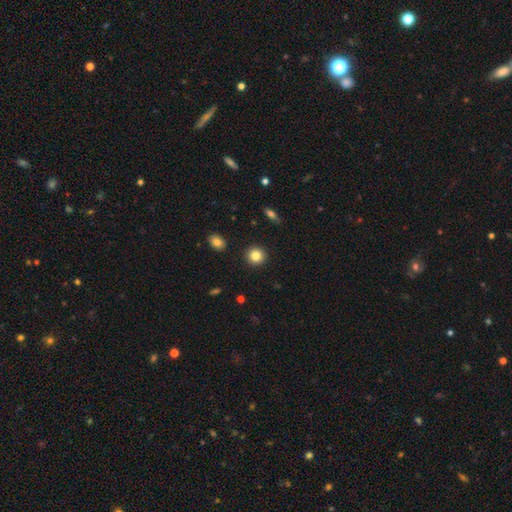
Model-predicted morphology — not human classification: Smooth or featured: smooth — 84% (star or artifact — 10%)
How rounded: round — 92% (in between — 7%)
Merging: none — 92% (minor disturbance — 5%)